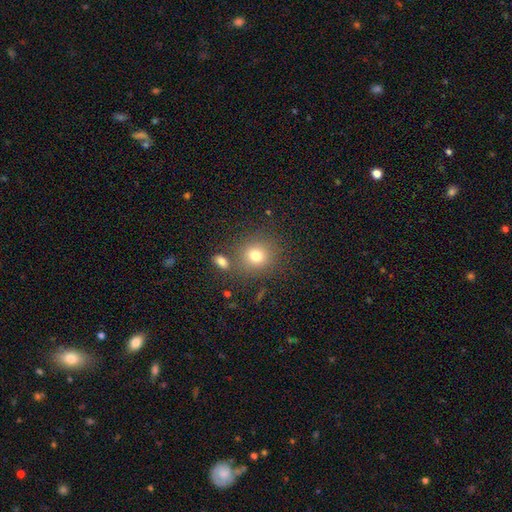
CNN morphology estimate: Smooth or featured: smooth — 77% (star or artifact — 14%)
How rounded: round — 83% (in between — 16%)
Merging: none — 76% (minor disturbance — 10%)